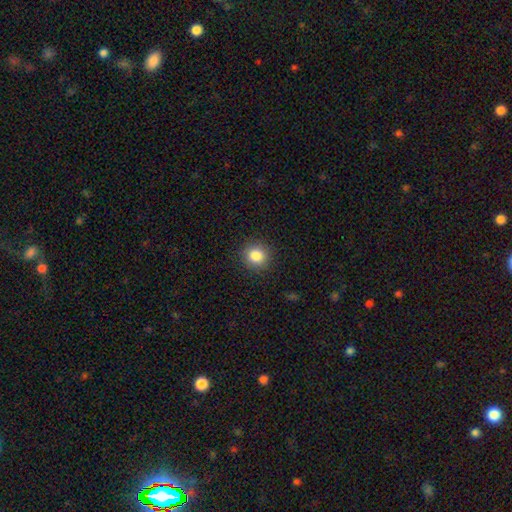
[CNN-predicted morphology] Smooth or featured? smooth (85%)
How rounded? round (90%)
Merging? none (90%)